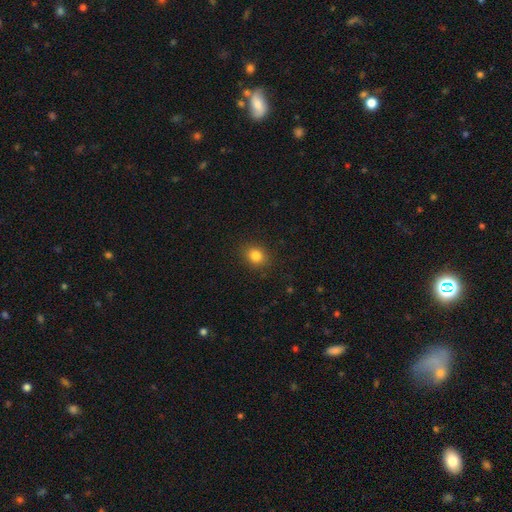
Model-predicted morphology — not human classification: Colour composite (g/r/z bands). It shows a smooth galaxy with no disk features (83%) that is round (63%). Merging: none (88%).